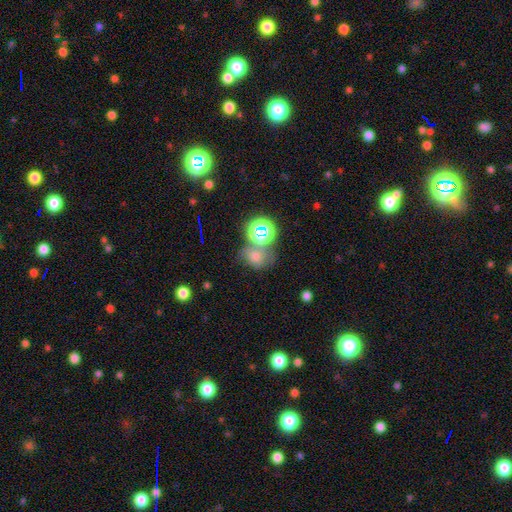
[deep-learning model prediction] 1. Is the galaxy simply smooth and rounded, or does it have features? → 46% smooth, 39% star or artifact, 15% featured or disk.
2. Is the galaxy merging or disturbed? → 57% none, 20% merger, 15% minor disturbance, 8% major disturbance.